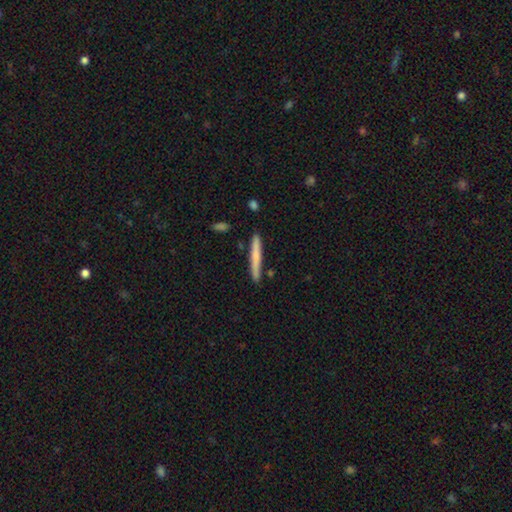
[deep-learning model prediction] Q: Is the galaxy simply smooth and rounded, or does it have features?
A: smooth — 65%.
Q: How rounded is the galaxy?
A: cigar-shaped — 96%.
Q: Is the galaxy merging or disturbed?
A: none — 87%.